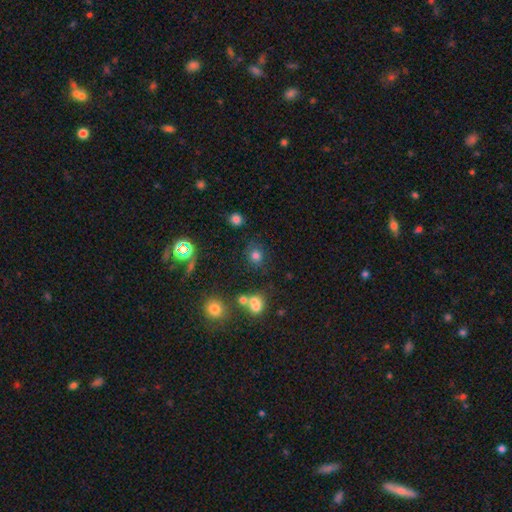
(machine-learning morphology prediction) Q: Smooth or featured?
A: smooth (73%); runner-up: star or artifact (19%)
Q: How rounded?
A: round (83%); runner-up: in between (16%)
Q: Merging?
A: none (78%); runner-up: minor disturbance (12%)